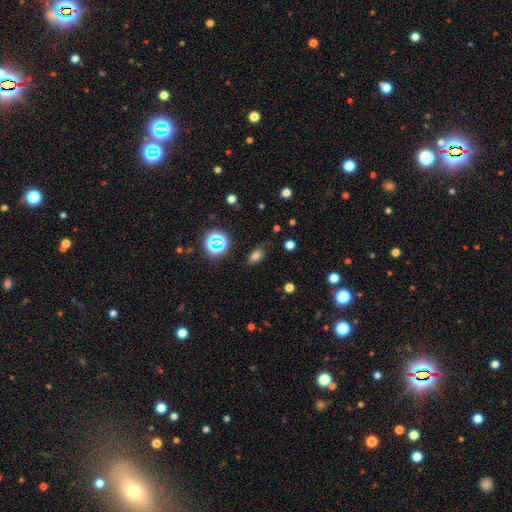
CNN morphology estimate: A smooth galaxy with no disk features (68%) that is in between round and cigar-shaped (82%).

Vote fractions:
- Smooth or featured? smooth: 68% / star or artifact: 23% / featured or disk: 9%
- How rounded? in between: 82% / round: 14% / cigar-shaped: 4%
- Merging? none: 75% / minor disturbance: 18% / major disturbance: 5% / merger: 2%